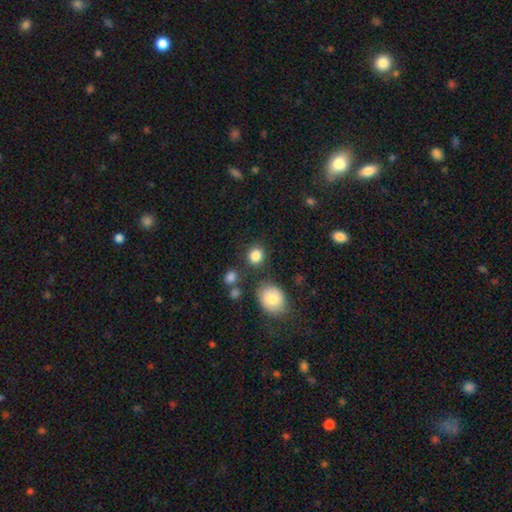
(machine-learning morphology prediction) type=smooth (84%); roundness=round (77%); merging=none (80%).